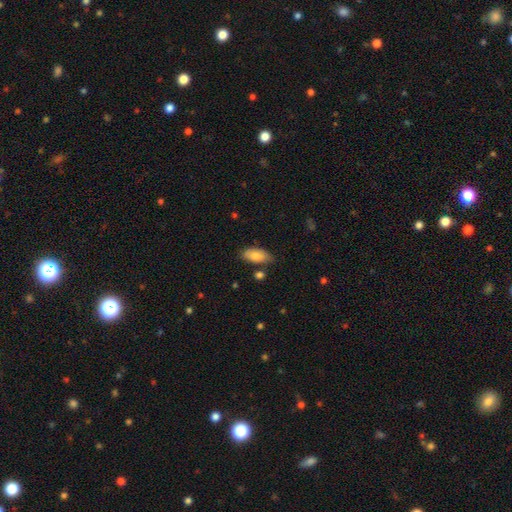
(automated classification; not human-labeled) Smooth or featured? Predicted: smooth (p=0.82). How rounded? Predicted: in between (p=0.91). Merging? Predicted: none (p=0.73).